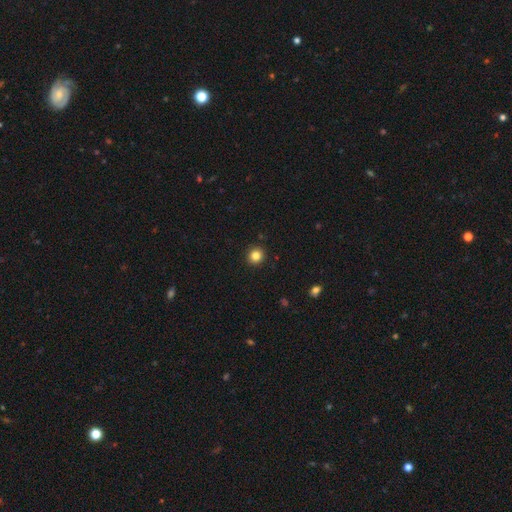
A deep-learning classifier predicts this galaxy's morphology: The model was most divided on "smooth or featured": smooth: 83%, star or artifact: 12%, featured or disk: 5%. More confident: merging — none (92%); how rounded — round (90%).